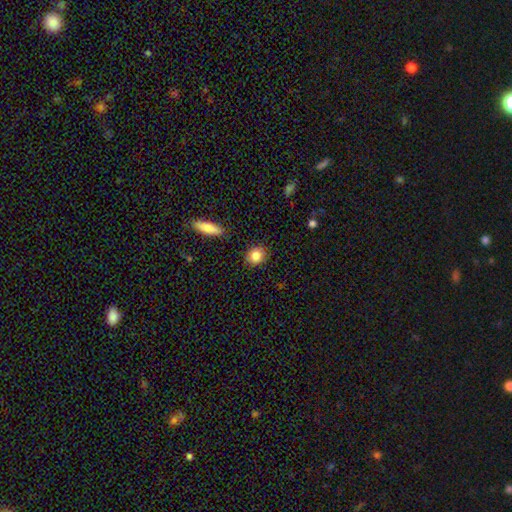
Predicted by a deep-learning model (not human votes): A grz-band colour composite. It shows a smooth galaxy with no disk features (84%) that is round (74%). Merging: none (88%).